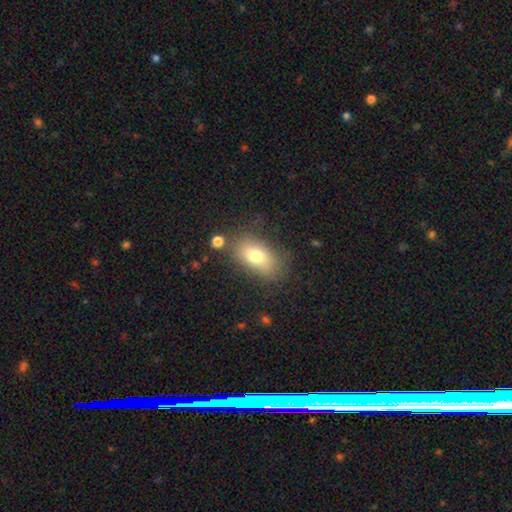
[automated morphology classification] Smooth or featured? smooth (75%)
How rounded? in between (88%)
Merging? none (73%)